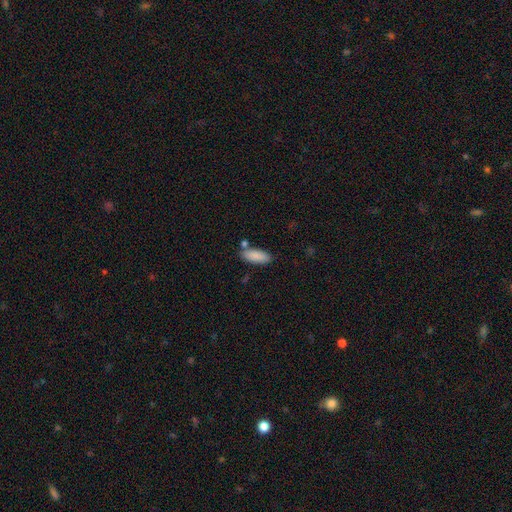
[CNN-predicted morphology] smooth 88%, star or artifact 6%, featured or disk 6%. Down the decision tree: how rounded — in between (76%); merging — none (75%).